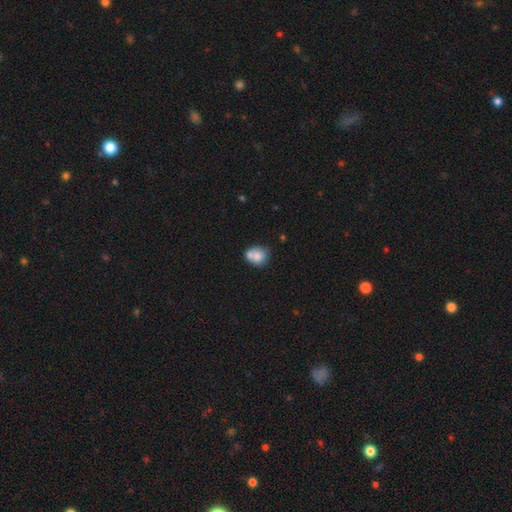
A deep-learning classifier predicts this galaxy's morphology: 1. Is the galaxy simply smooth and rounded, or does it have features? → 76% smooth, 16% featured or disk, 9% star or artifact.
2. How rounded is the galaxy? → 66% round, 33% in between, 1% cigar-shaped.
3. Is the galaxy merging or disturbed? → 41% merger, 40% none, 14% minor disturbance, 5% major disturbance.